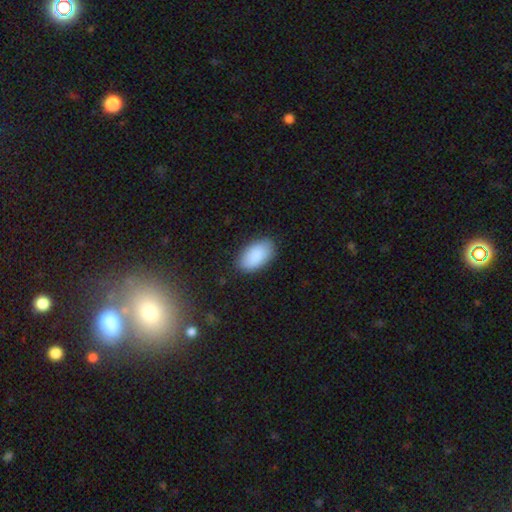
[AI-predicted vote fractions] smooth-or-featured: smooth: 90% | star or artifact: 6% | featured or disk: 4%
  how-rounded: in between: 95% | round: 3% | cigar-shaped: 2%
  merging: none: 86% | minor disturbance: 10% | major disturbance: 3% | merger: 1%